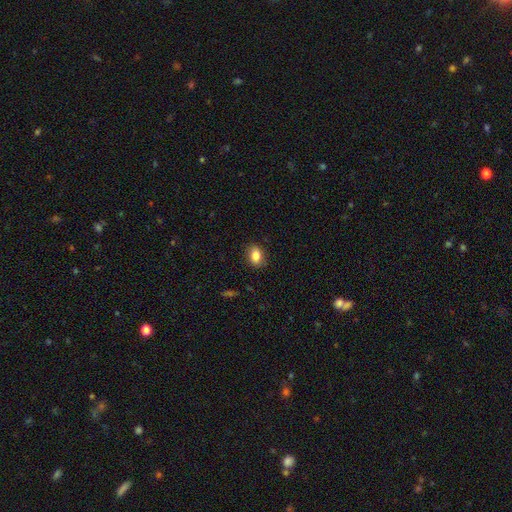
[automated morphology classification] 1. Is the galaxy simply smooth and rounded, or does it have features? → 84% smooth, 8% star or artifact, 8% featured or disk.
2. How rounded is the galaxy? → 77% in between, 21% round, 2% cigar-shaped.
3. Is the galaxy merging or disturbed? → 84% none, 12% minor disturbance, 3% major disturbance, 1% merger.